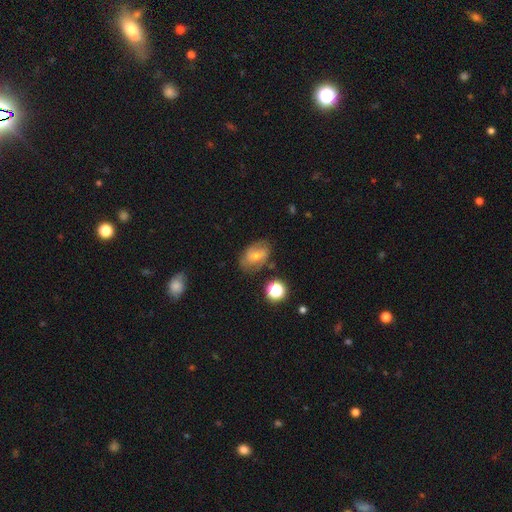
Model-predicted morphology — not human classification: smooth_or_featured: smooth (p=0.47) [alt: featured or disk p=0.42]
merging: none (p=0.68) [alt: minor disturbance p=0.21]